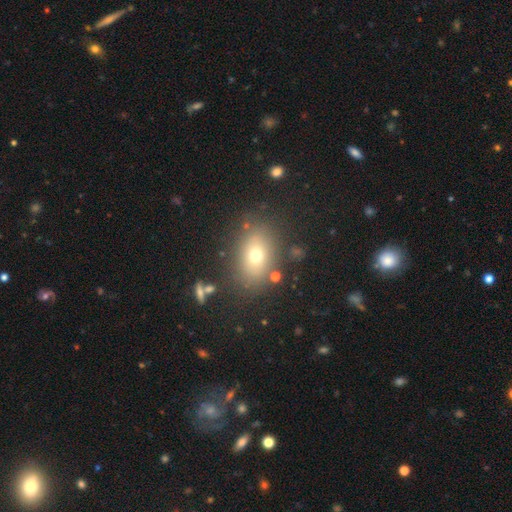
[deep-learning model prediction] smooth_or_featured: smooth (p=0.68) [alt: featured or disk p=0.18]
how_rounded: in between (p=0.76) [alt: round p=0.22]
merging: none (p=0.81) [alt: minor disturbance p=0.11]